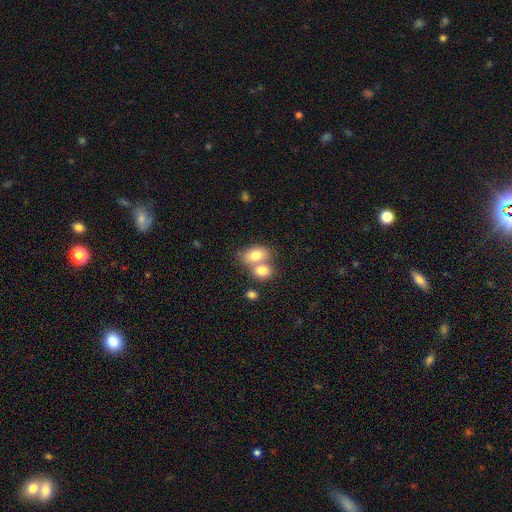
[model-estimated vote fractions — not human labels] Smooth or featured? Predicted: smooth (p=0.77). How rounded? Predicted: in between (p=0.78). Merging? Predicted: merger (p=0.59).